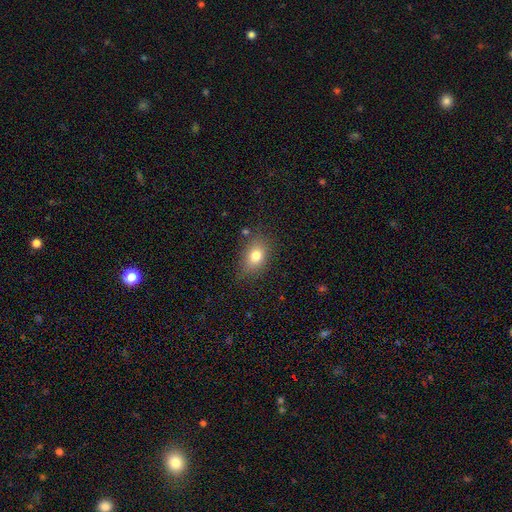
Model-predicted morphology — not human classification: A smooth galaxy with no disk features (78%) that is in between round and cigar-shaped (75%).

Vote fractions:
- Smooth or featured? smooth: 78% / featured or disk: 11% / star or artifact: 11%
- How rounded? in between: 75% / round: 23% / cigar-shaped: 2%
- Merging? none: 77% / minor disturbance: 16% / major disturbance: 4% / merger: 2%